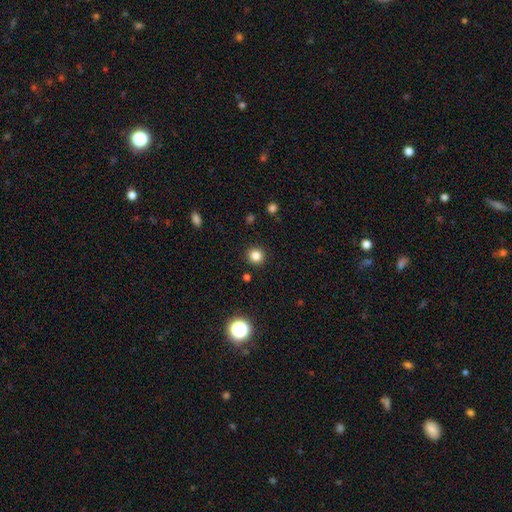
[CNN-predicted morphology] Q: Smooth or featured?
A: smooth (83%); runner-up: star or artifact (13%)
Q: How rounded?
A: round (92%); runner-up: in between (7%)
Q: Merging?
A: none (91%); runner-up: minor disturbance (5%)